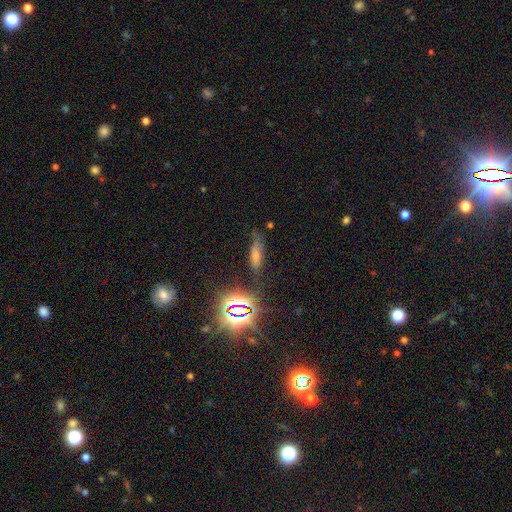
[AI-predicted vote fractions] Smooth or featured?
  - smooth: 41% *
  - star or artifact: 37%
  - featured or disk: 22%
Merging?
  - none: 68% *
  - minor disturbance: 21%
  - major disturbance: 8%
  - merger: 3%